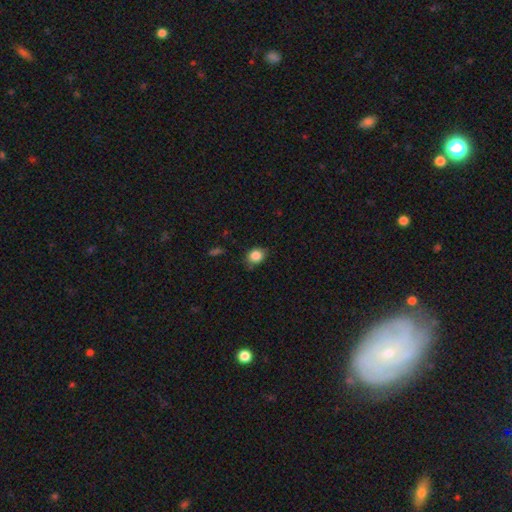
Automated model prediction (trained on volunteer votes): Smooth or featured? smooth (85%)
How rounded? round (60%)
Merging? none (72%)